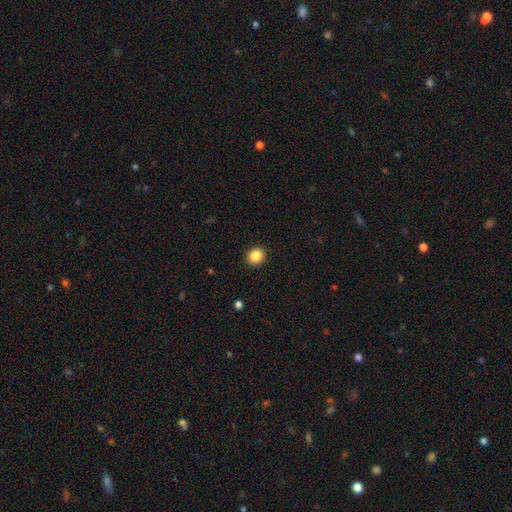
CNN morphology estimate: Smooth or featured? smooth (87%)
How rounded? round (81%)
Merging? none (92%)